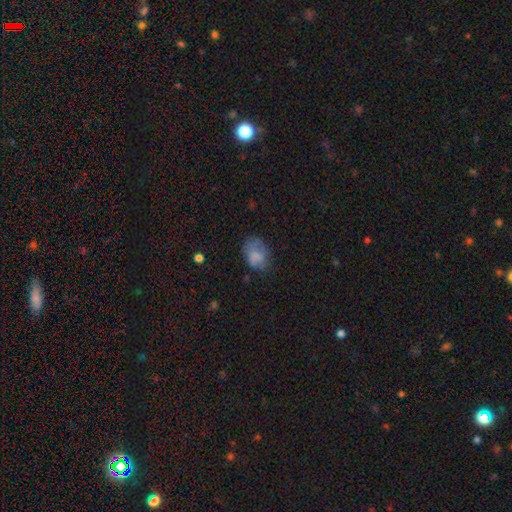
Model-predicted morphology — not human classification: Smooth or featured? smooth (70%)
How rounded? in between (75%)
Merging? none (50%)